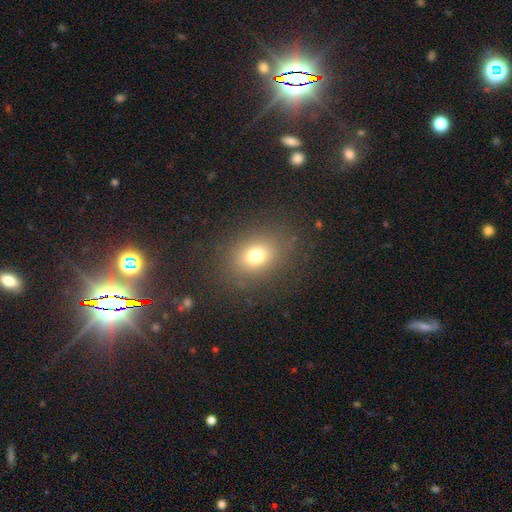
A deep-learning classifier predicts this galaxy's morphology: Smooth or featured: smooth — 73% (star or artifact — 17%)
How rounded: in between — 50% (round — 49%)
Merging: none — 83% (minor disturbance — 10%)